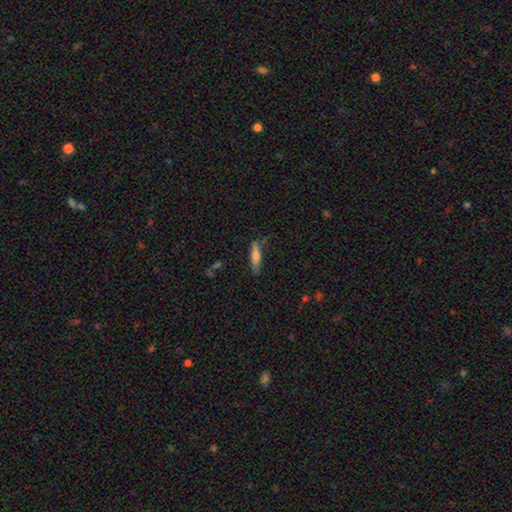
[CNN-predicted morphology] Q: Smooth or featured?
A: smooth (62%); runner-up: featured or disk (31%)
Q: How rounded?
A: cigar-shaped (78%); runner-up: in between (20%)
Q: Merging?
A: none (78%); runner-up: minor disturbance (16%)